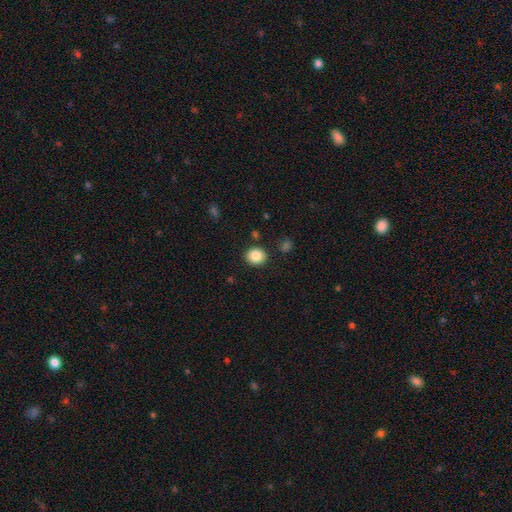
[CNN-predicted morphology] smooth 86%, star or artifact 9%, featured or disk 5%. Down the decision tree: how rounded — round (72%); merging — none (88%).